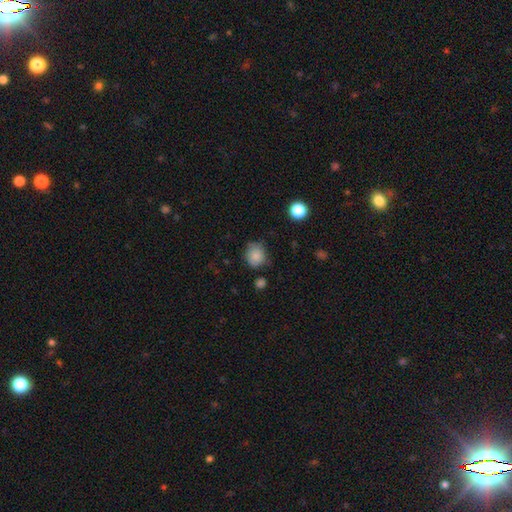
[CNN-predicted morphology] Smooth or featured? Predicted: smooth (p=0.84). How rounded? Predicted: round (p=0.74). Merging? Predicted: none (p=0.66).